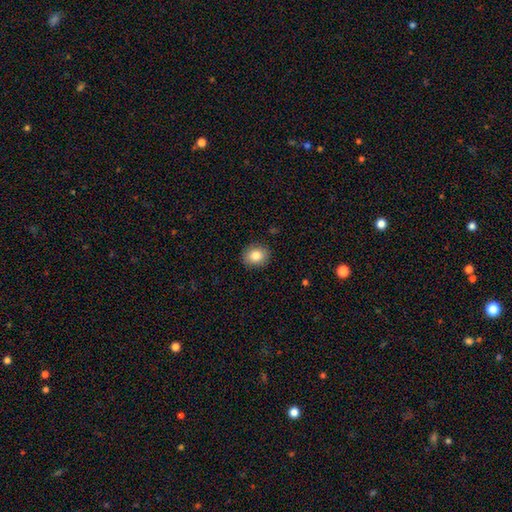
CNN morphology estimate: Smooth or featured?
  - smooth: 83% *
  - star or artifact: 9%
  - featured or disk: 8%
How rounded?
  - round: 63% *
  - in between: 36%
  - cigar-shaped: 1%
Merging?
  - none: 89% *
  - minor disturbance: 8%
  - major disturbance: 2%
  - merger: 1%